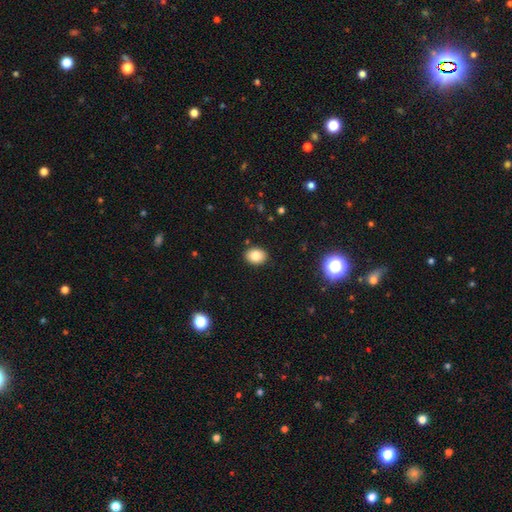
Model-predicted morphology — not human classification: smooth_or_featured: smooth (p=0.83) [alt: star or artifact p=0.10]
how_rounded: in between (p=0.67) [alt: round p=0.32]
merging: none (p=0.89) [alt: minor disturbance p=0.08]